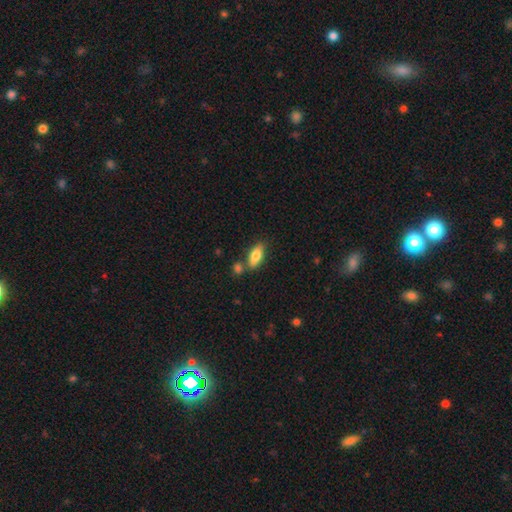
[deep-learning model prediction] smooth-or-featured: smooth: 76% | featured or disk: 18% | star or artifact: 7%
  how-rounded: in between: 76% | cigar-shaped: 20% | round: 3%
  merging: none: 67% | merger: 16% | minor disturbance: 13% | major disturbance: 3%